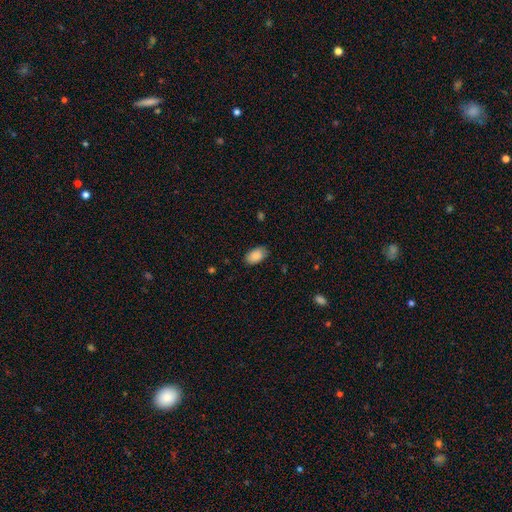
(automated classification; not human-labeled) Smooth or featured? smooth (89%)
How rounded? in between (93%)
Merging? none (82%)